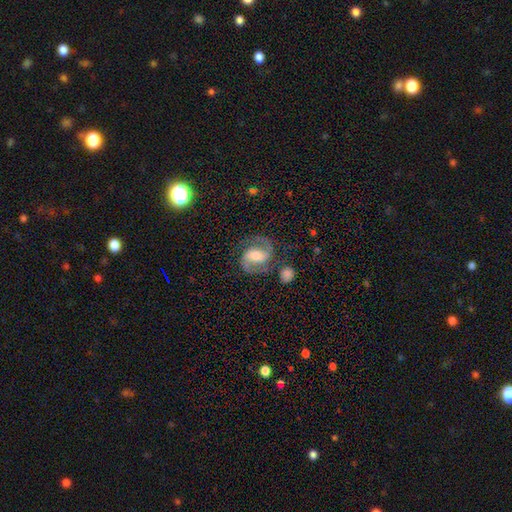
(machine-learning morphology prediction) featured or disk 86%, smooth 8%, star or artifact 6%. Down the decision tree: edge-on disk — no (98%); bar — weak (44%); spiral arms — yes (97%); spiral arm count — 2 (93%); spiral winding — medium (60%); bulge size — moderate (56%); merging — none (78%).